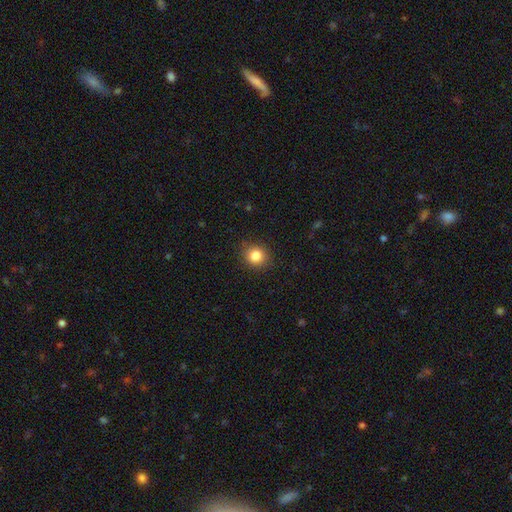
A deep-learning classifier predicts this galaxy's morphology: Smooth or featured?
  - smooth: 84% *
  - star or artifact: 11%
  - featured or disk: 5%
How rounded?
  - round: 84% *
  - in between: 15%
  - cigar-shaped: 1%
Merging?
  - none: 88% *
  - minor disturbance: 9%
  - major disturbance: 3%
  - merger: 1%